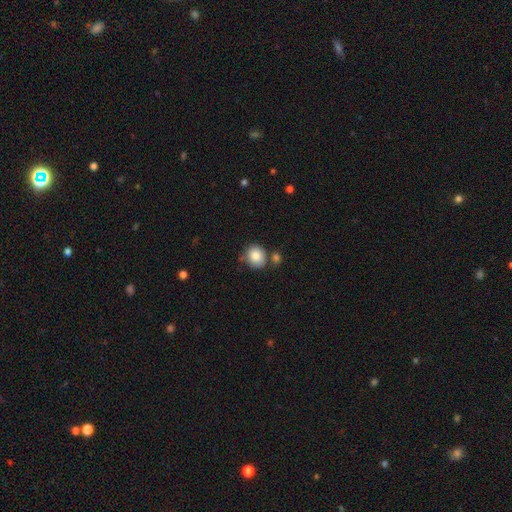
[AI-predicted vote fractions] Smooth or featured: smooth — 84% (star or artifact — 9%)
How rounded: round — 81% (in between — 18%)
Merging: none — 67% (merger — 15%)